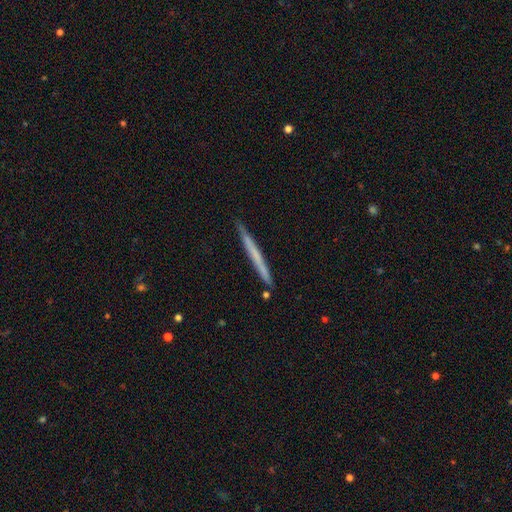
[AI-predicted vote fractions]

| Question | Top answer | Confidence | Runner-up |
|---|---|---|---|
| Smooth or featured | smooth | 50% | featured or disk (44%) |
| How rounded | cigar-shaped | 97% | in between (1%) |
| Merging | none | 89% | minor disturbance (8%) |